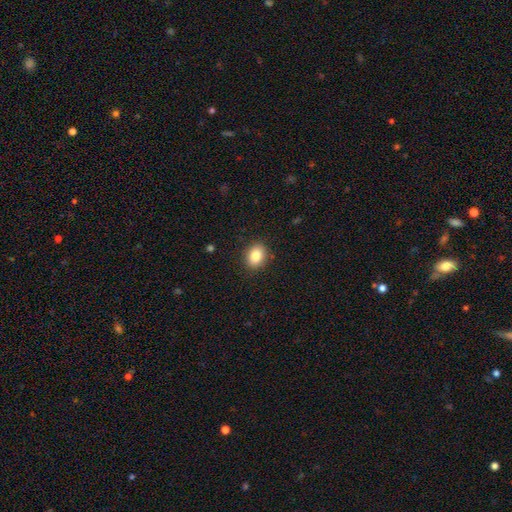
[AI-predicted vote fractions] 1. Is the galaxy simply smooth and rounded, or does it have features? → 84% smooth, 9% star or artifact, 7% featured or disk.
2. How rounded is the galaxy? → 57% in between, 43% round, 1% cigar-shaped.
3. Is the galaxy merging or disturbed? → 89% none, 8% minor disturbance, 2% major disturbance, 1% merger.